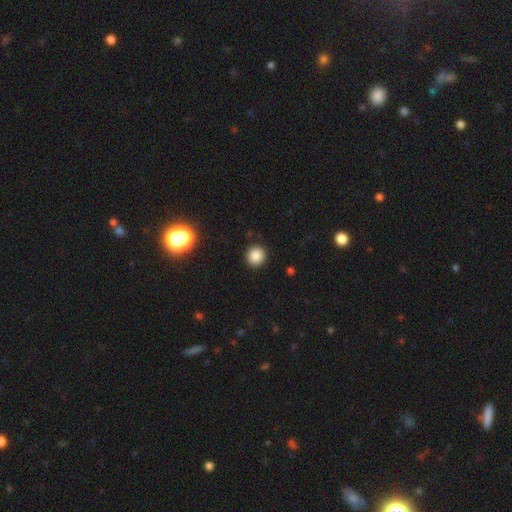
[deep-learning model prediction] Smooth or featured? smooth (85%)
How rounded? round (92%)
Merging? none (91%)